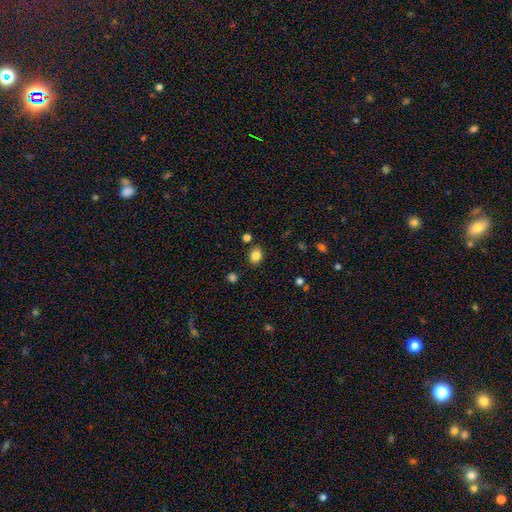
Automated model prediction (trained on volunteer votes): Smooth or featured: smooth — 83% (star or artifact — 11%)
How rounded: round — 54% (in between — 45%)
Merging: none — 84% (minor disturbance — 10%)